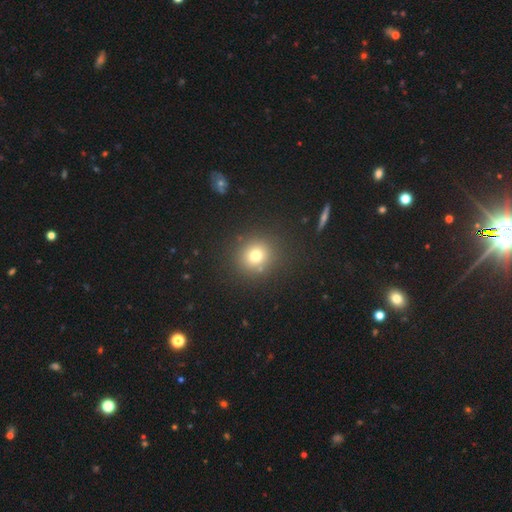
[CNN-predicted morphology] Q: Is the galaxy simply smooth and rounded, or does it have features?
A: smooth — 75%.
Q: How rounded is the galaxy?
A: round — 89%.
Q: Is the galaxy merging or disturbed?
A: none — 87%.